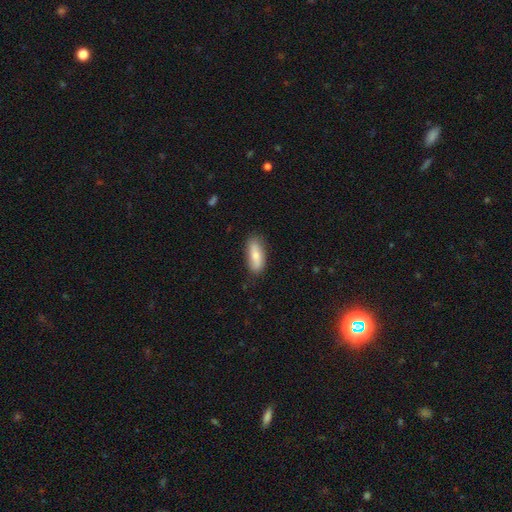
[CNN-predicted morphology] smooth_or_featured: smooth (p=0.75) [alt: featured or disk p=0.19]
how_rounded: in between (p=0.71) [alt: cigar-shaped p=0.26]
merging: none (p=0.81) [alt: minor disturbance p=0.15]